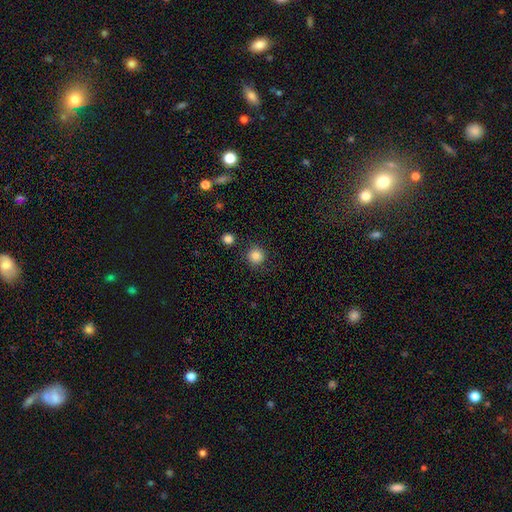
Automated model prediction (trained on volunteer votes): This is clearly a smooth galaxy (84%). How rounded: clearly round (94%). Merging: clearly none (86%).